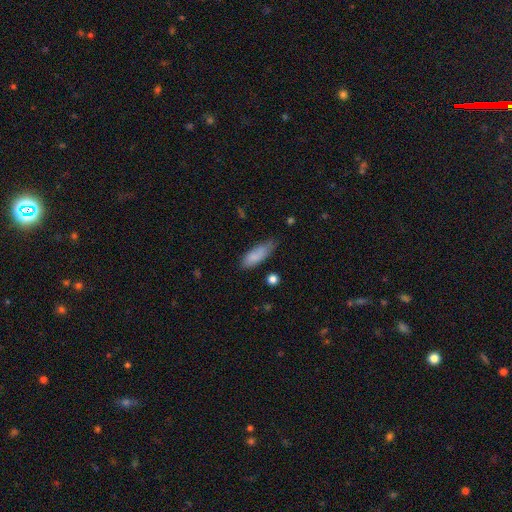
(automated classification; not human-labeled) Smooth or featured: smooth — 84% (featured or disk — 9%)
How rounded: in between — 69% (cigar-shaped — 30%)
Merging: none — 57% (minor disturbance — 33%)